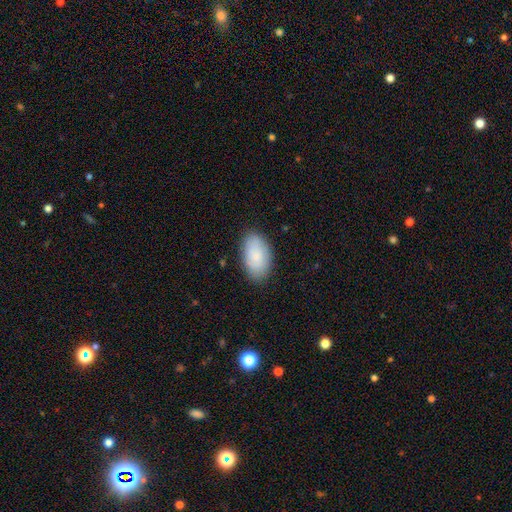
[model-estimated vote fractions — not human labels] This is clearly a smooth galaxy (87%). How rounded: clearly in between (95%). Merging: clearly none (84%).